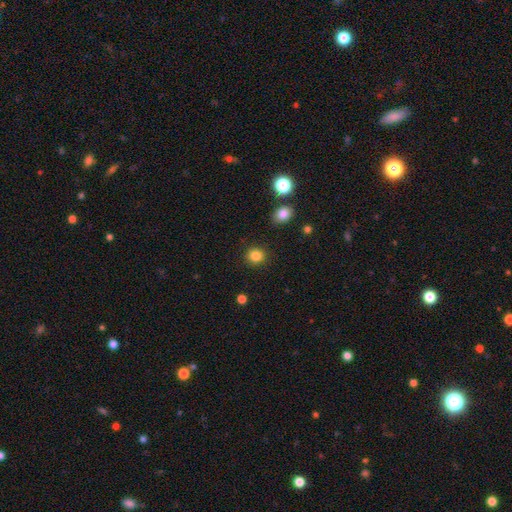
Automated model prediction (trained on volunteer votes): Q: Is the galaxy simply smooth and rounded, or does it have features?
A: smooth — 85%.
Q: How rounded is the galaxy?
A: round — 86%.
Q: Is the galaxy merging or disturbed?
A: none — 90%.